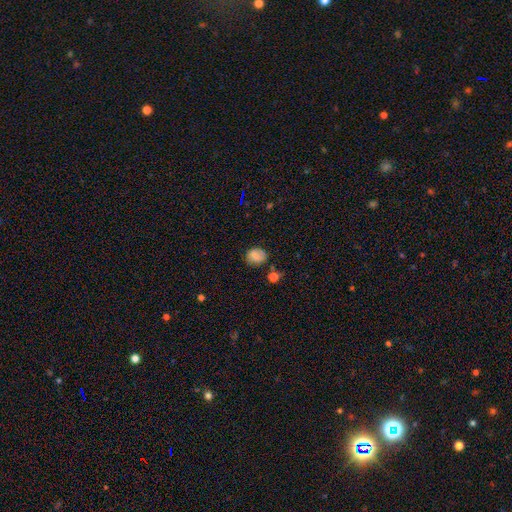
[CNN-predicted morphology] smooth 73%, featured or disk 15%, star or artifact 11%. Down the decision tree: how rounded — round (56%); merging — none (66%).